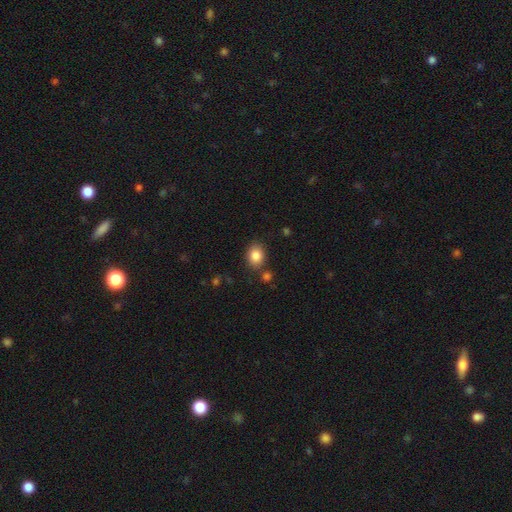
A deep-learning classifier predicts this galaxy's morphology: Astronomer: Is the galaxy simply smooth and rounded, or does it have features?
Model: smooth — 85%.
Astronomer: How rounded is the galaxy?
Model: in between — 54% (runner-up: round, 45%).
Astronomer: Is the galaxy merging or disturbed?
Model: none — 78%.